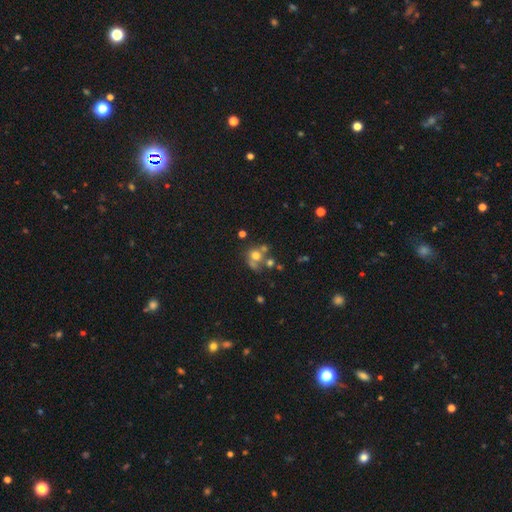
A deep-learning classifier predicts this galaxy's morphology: A smooth galaxy with no disk features (61%) that is round (77%). Merging: none (40%).